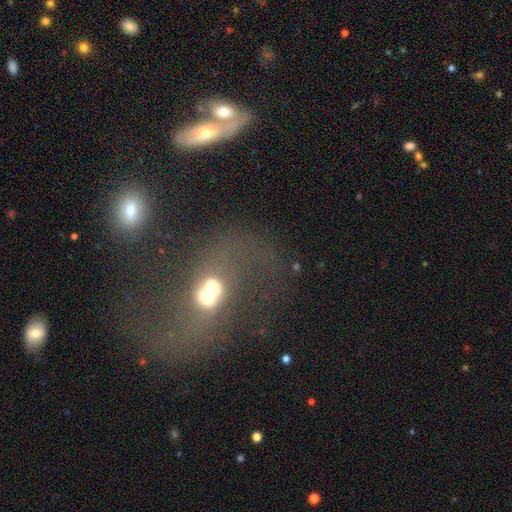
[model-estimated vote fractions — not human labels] smooth_or_featured: featured or disk (p=0.68) [alt: smooth p=0.18]
disk_edge_on: no (p=0.93) [alt: yes p=0.07]
bar: weak (p=0.41) [alt: no p=0.40]
has_spiral_arms: yes (p=0.81) [alt: no p=0.19]
spiral_winding: loose (p=0.74) [alt: medium p=0.20]
spiral_arm_count: 2 (p=0.90) [alt: can't tell p=0.04]
bulge_size: moderate (p=0.59) [alt: small p=0.22]
merging: none (p=0.56) [alt: merger p=0.15]